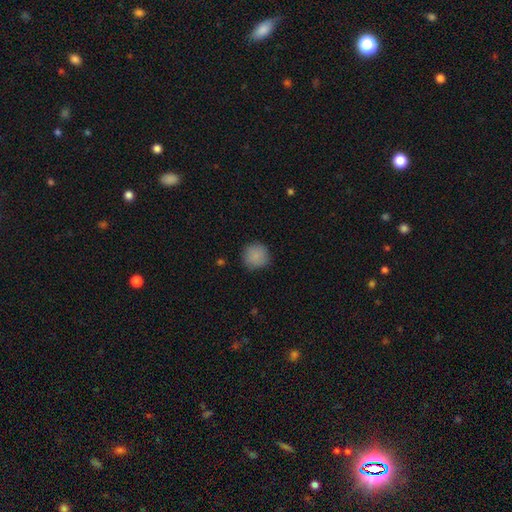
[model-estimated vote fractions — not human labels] A smooth galaxy with no disk features (87%) that is round (93%). Merging: none (86%).